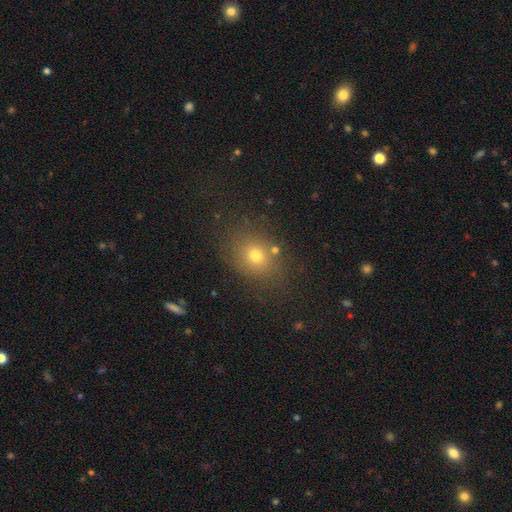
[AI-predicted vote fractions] smooth-or-featured: smooth: 70% | star or artifact: 18% | featured or disk: 12%
  how-rounded: round: 53% | in between: 46% | cigar-shaped: 1%
  merging: none: 78% | minor disturbance: 12% | major disturbance: 5% | merger: 5%